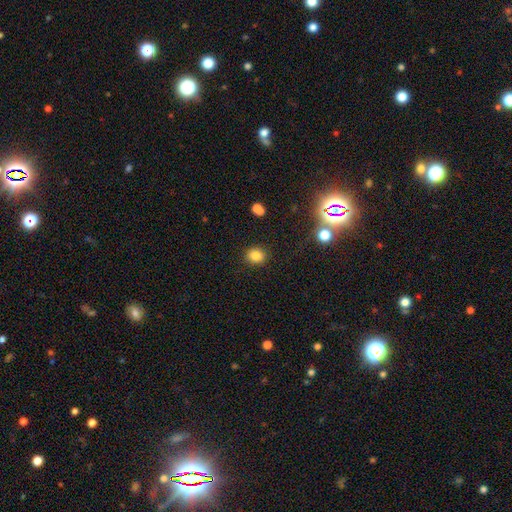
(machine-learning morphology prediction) Smooth or featured: smooth — 83% (star or artifact — 12%)
How rounded: round — 68% (in between — 31%)
Merging: none — 88% (minor disturbance — 8%)